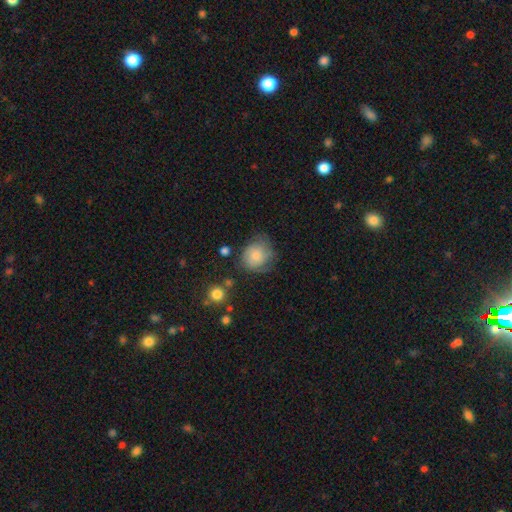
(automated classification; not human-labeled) smooth_or_featured: smooth (p=0.66) [alt: featured or disk p=0.25]
how_rounded: round (p=0.73) [alt: in between p=0.26]
merging: none (p=0.57) [alt: minor disturbance p=0.27]